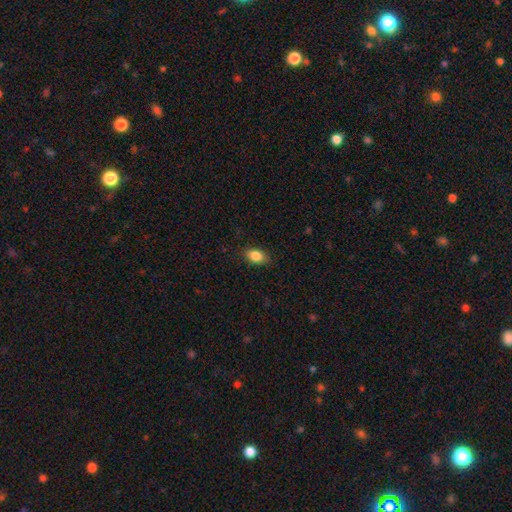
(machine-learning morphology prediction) Smooth or featured: smooth — 86% (star or artifact — 8%)
How rounded: in between — 84% (round — 13%)
Merging: none — 86% (minor disturbance — 11%)